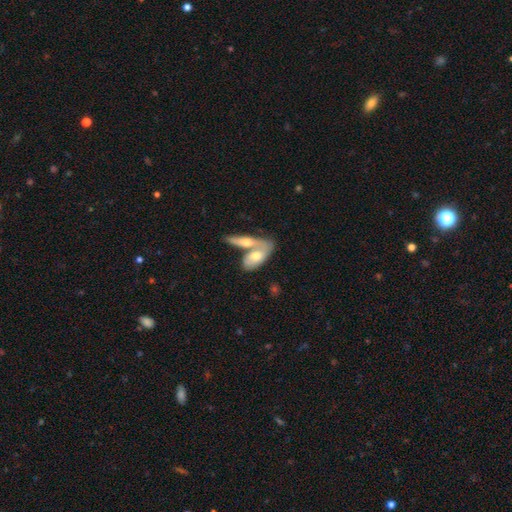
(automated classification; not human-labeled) The model was most divided on "smooth or featured": smooth: 57%, featured or disk: 38%, star or artifact: 5%. More confident: how rounded — in between (80%); merging — merger (58%).